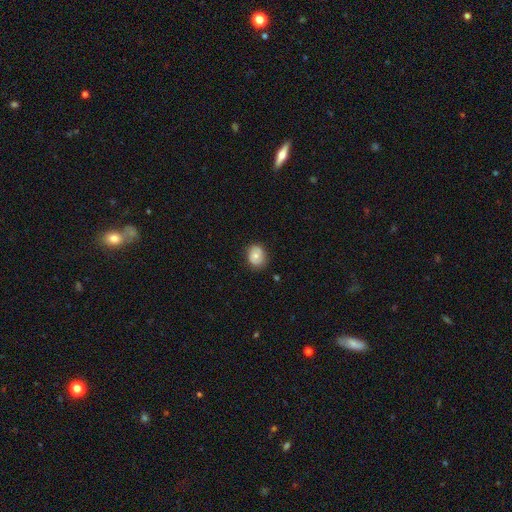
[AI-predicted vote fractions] Overall: smooth (66%). How rounded: round (54%; in between 45%). Merging: none (81%).